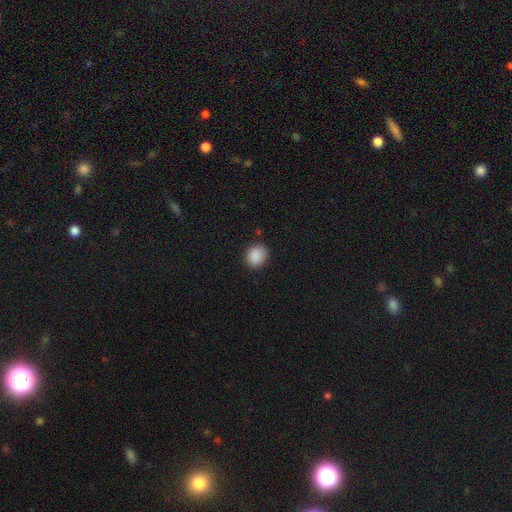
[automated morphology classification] A smooth galaxy with no disk features (89%) that is round (57%). Merging: none (85%).